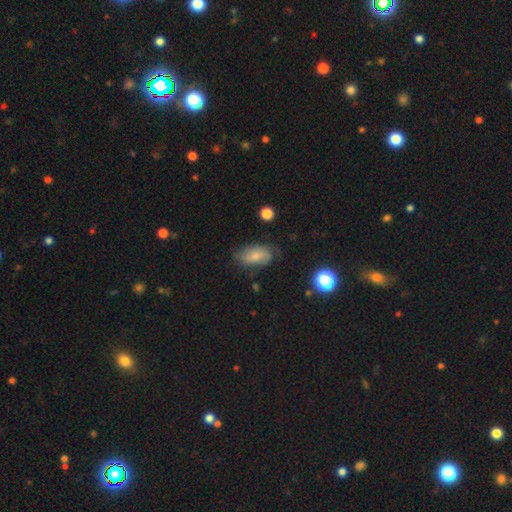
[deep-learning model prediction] Smooth or featured?
  - smooth: 62% *
  - featured or disk: 29%
  - star or artifact: 9%
How rounded?
  - in between: 90% *
  - round: 6%
  - cigar-shaped: 4%
Merging?
  - none: 63% *
  - minor disturbance: 27%
  - major disturbance: 8%
  - merger: 2%